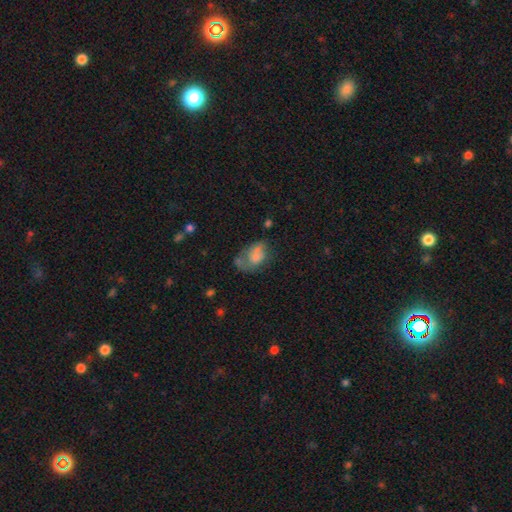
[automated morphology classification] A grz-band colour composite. It shows a smooth galaxy with no disk features (61%) that is in between round and cigar-shaped (81%). Merging: major disturbance (32%).